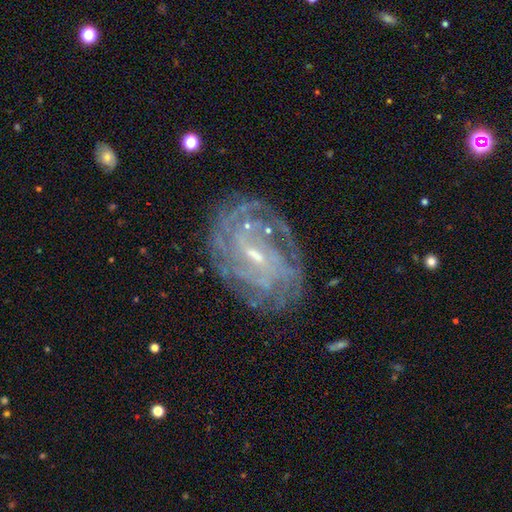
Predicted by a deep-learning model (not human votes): Smooth or featured: featured or disk — 85% (star or artifact — 7%)
Edge-on disk: no — 96% (yes — 4%)
Bar: weak — 54% (strong — 23%)
Spiral arms: yes — 93% (no — 7%)
Spiral winding: tight — 68% (medium — 25%)
Spiral arm count: can't tell — 41% (4 — 17%)
Bulge size: small — 66% (moderate — 27%)
Merging: none — 73% (minor disturbance — 17%)